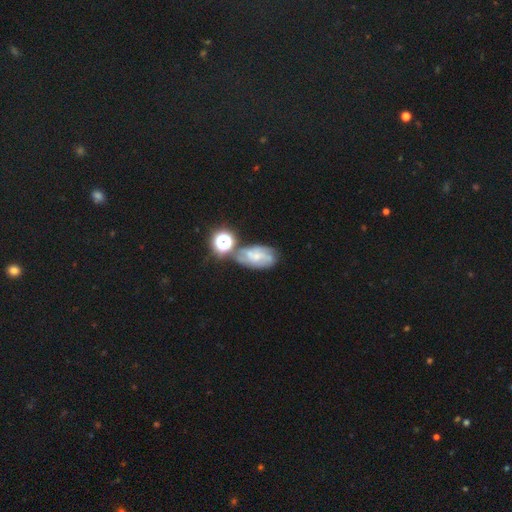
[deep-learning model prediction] Q: Smooth or featured?
A: featured or disk (60%); runner-up: smooth (24%)
Q: Edge-on disk?
A: no (96%); runner-up: yes (4%)
Q: Bar?
A: no (63%); runner-up: weak (30%)
Q: Spiral arms?
A: yes (79%); runner-up: no (21%)
Q: Bulge size?
A: small (59%); runner-up: moderate (24%)
Q: Merging?
A: none (48%); runner-up: minor disturbance (22%)